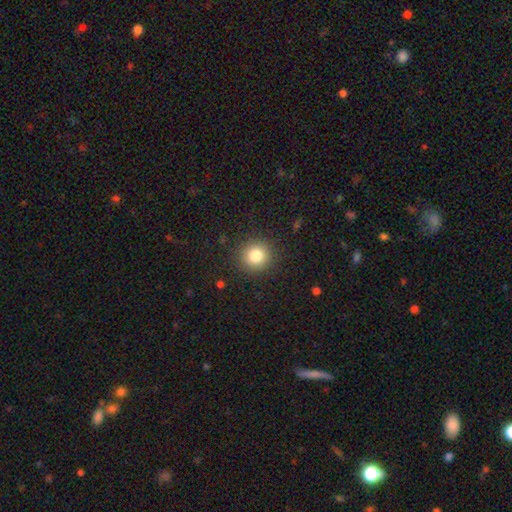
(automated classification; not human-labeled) A smooth galaxy with no disk features (81%) that is round (93%). Merging: none (90%).